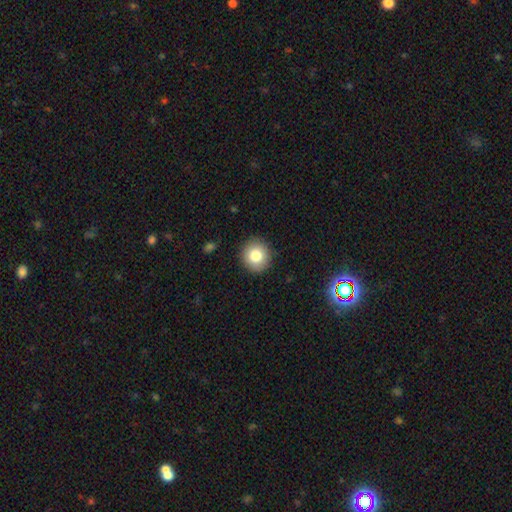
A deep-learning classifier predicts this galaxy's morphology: type=smooth (81%); roundness=round (91%); merging=none (90%).